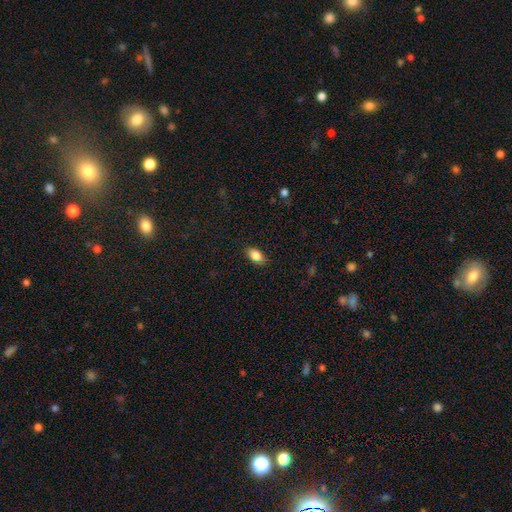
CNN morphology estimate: Smooth or featured: smooth — 84% (star or artifact — 9%)
How rounded: in between — 89% (round — 8%)
Merging: none — 84% (minor disturbance — 12%)